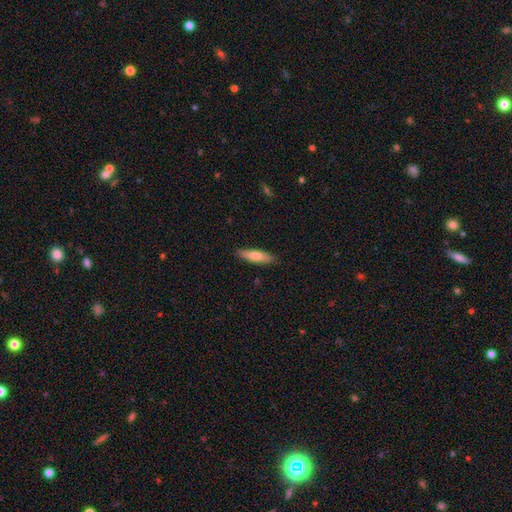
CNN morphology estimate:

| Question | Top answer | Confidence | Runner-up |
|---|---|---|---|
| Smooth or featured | smooth | 74% | featured or disk (21%) |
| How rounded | cigar-shaped | 65% | in between (34%) |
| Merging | none | 87% | minor disturbance (10%) |